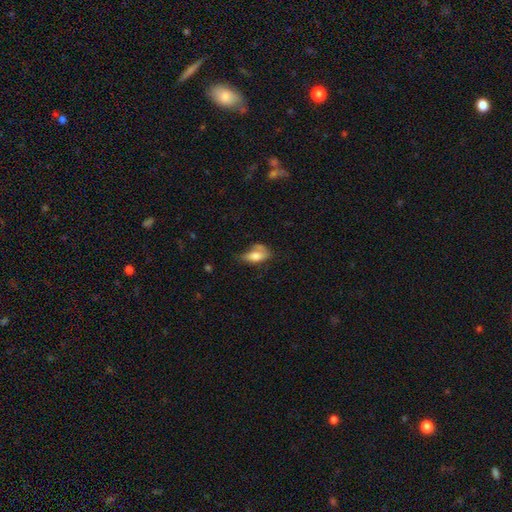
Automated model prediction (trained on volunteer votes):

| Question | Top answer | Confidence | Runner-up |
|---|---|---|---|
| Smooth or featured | smooth | 69% | featured or disk (22%) |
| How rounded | in between | 86% | cigar-shaped (8%) |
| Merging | none | 32% | minor disturbance (31%) |